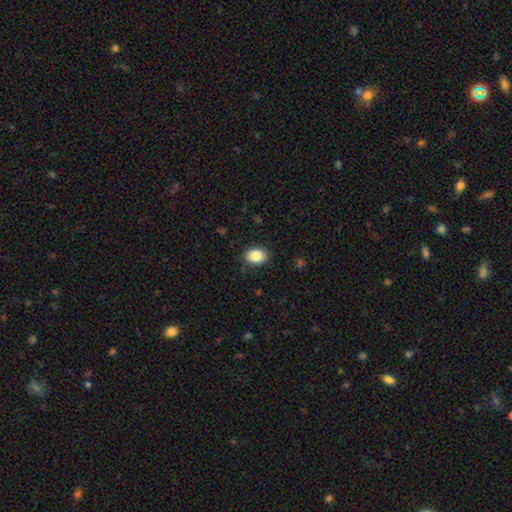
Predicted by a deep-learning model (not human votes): The model was most divided on "how rounded": in between: 69%, round: 30%, cigar-shaped: 1%. More confident: merging — none (88%); smooth or featured — smooth (87%).